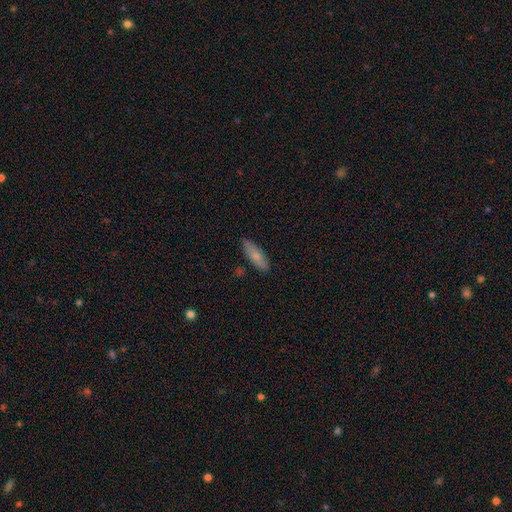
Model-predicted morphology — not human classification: This is likely a smooth galaxy (74%). How rounded: possibly in between (53%). Merging: clearly none (82%).